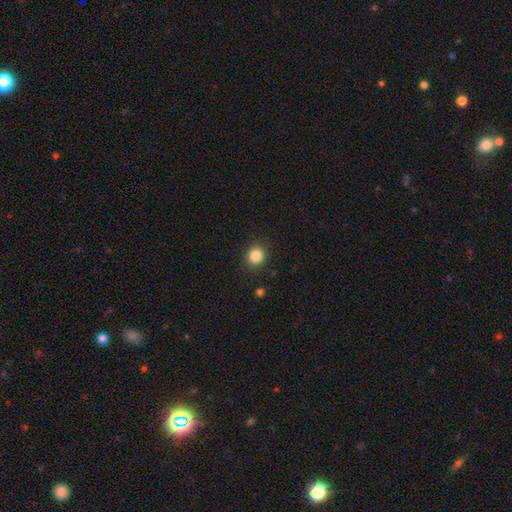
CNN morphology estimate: smooth 85%, star or artifact 11%, featured or disk 5%. Down the decision tree: how rounded — round (83%); merging — none (89%).